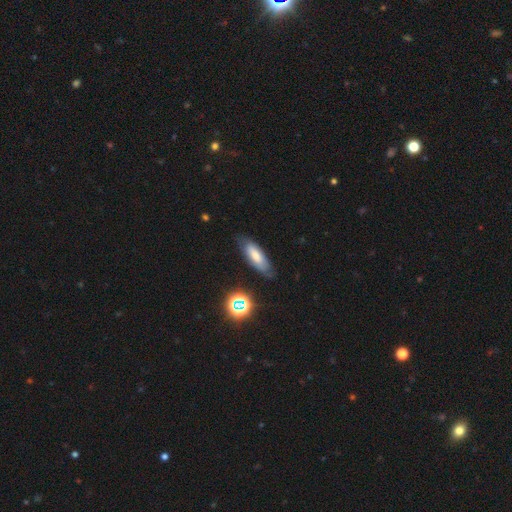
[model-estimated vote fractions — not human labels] Smooth or featured? smooth (62%)
How rounded? in between (64%)
Merging? none (74%)